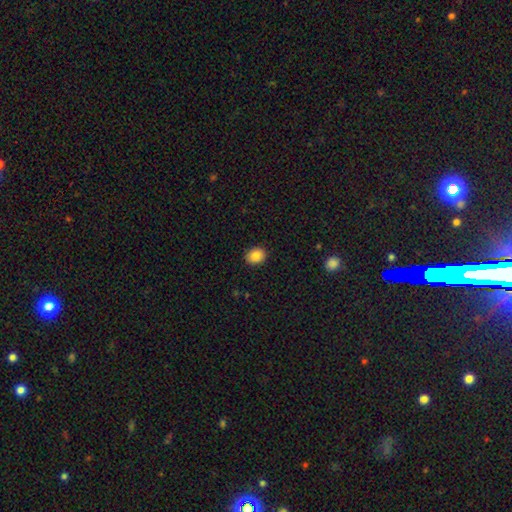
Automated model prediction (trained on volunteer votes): Smooth or featured? Predicted: smooth (p=0.87). How rounded? Predicted: round (p=0.52). Merging? Predicted: none (p=0.90).